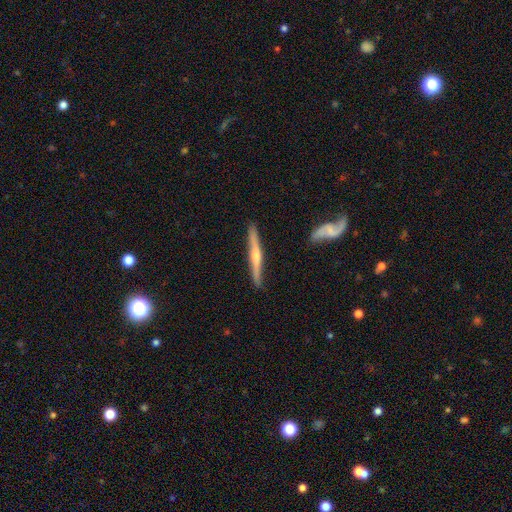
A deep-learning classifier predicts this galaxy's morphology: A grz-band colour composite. It shows a featured or disk galaxy (74%) viewed edge-on (95%) with a rounded central bulge (84%). Merging: none (85%).